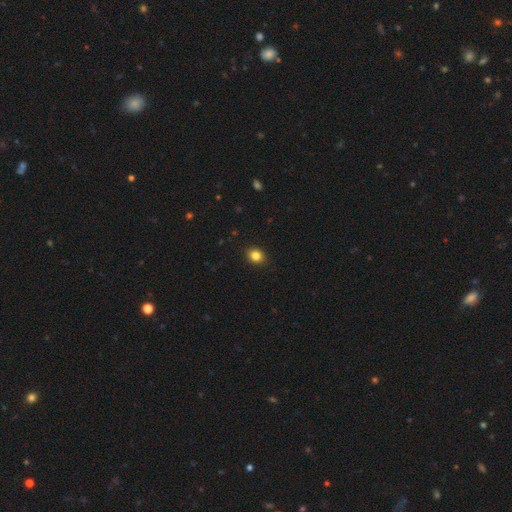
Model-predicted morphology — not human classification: Smooth or featured: smooth — 84% (star or artifact — 11%)
How rounded: round — 63% (in between — 36%)
Merging: none — 91% (minor disturbance — 7%)